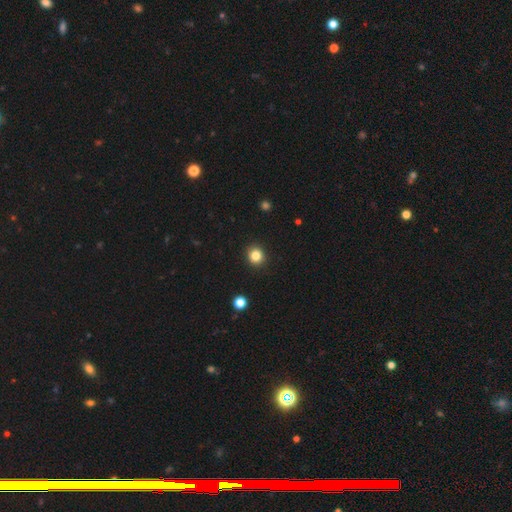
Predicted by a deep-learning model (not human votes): Q: Smooth or featured?
A: smooth (84%); runner-up: star or artifact (12%)
Q: How rounded?
A: round (86%); runner-up: in between (13%)
Q: Merging?
A: none (92%); runner-up: minor disturbance (5%)